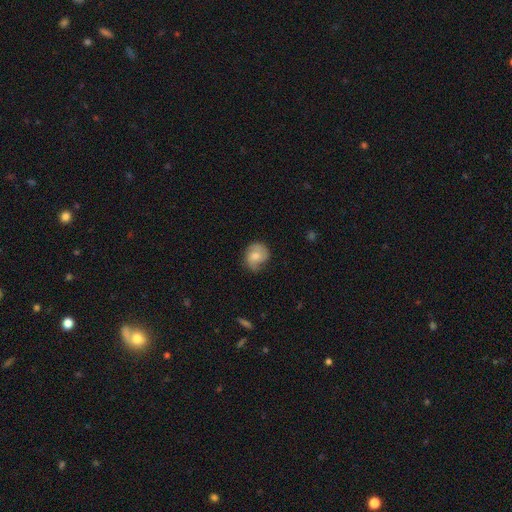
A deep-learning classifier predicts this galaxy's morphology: smooth_or_featured: smooth (p=0.55) [alt: featured or disk p=0.38]
how_rounded: round (p=0.71) [alt: in between p=0.28]
merging: none (p=0.63) [alt: minor disturbance p=0.28]